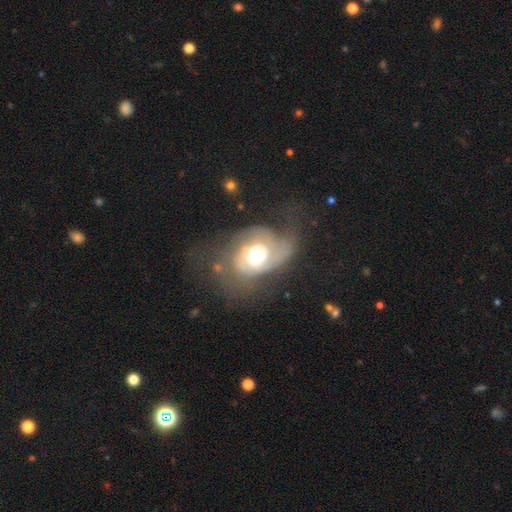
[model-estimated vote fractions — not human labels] Morphology: type=featured or disk (72%); edge-on=no (97%); bar=no (78%); spiral arms=yes (82%); winding=medium (39%); arm count=2 (49%); bulge=moderate (56%); merging=none (40%).